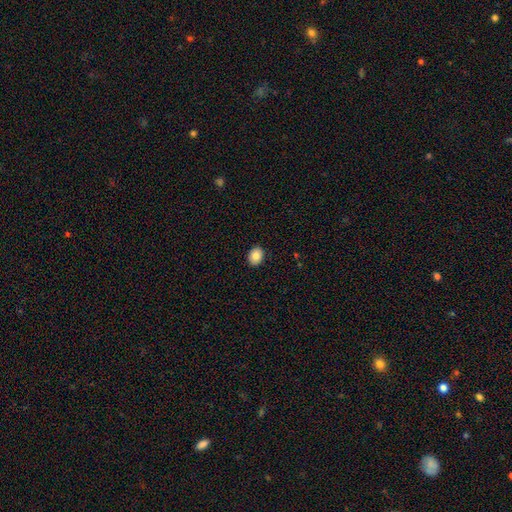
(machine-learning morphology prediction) Overall: smooth (84%). How rounded: in between (55%; round 44%). Merging: none (91%).